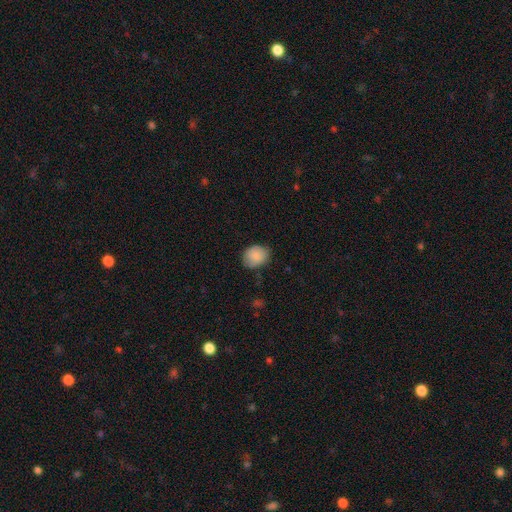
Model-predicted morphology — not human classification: Overall: smooth (88%). How rounded: round (55%; in between 44%). Merging: none (78%).